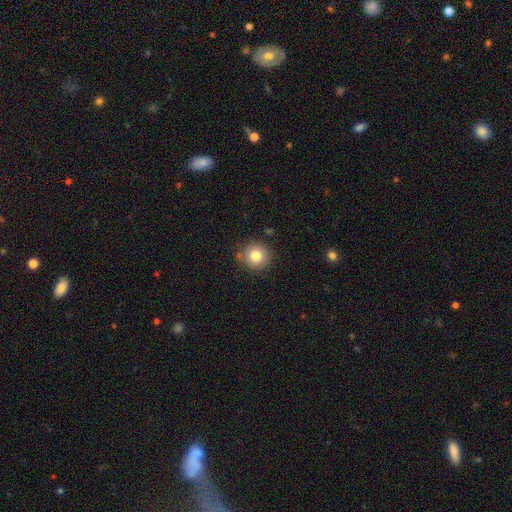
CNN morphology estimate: A smooth galaxy with no disk features (81%) that is round (93%). Merging: none (84%).